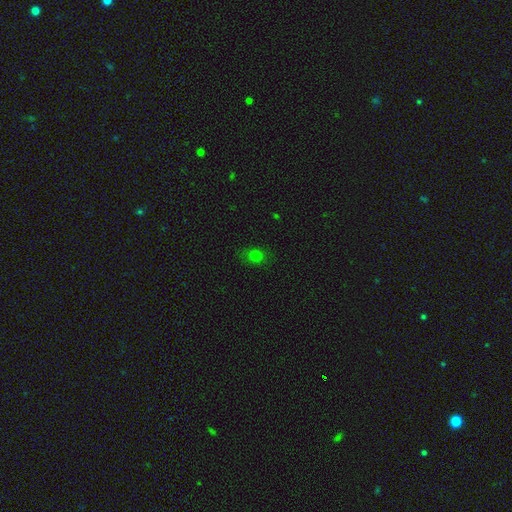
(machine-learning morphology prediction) smooth-or-featured: smooth: 74% | star or artifact: 20% | featured or disk: 6%
  how-rounded: round: 70% | in between: 28% | cigar-shaped: 1%
  merging: none: 81% | minor disturbance: 14% | major disturbance: 4% | merger: 1%